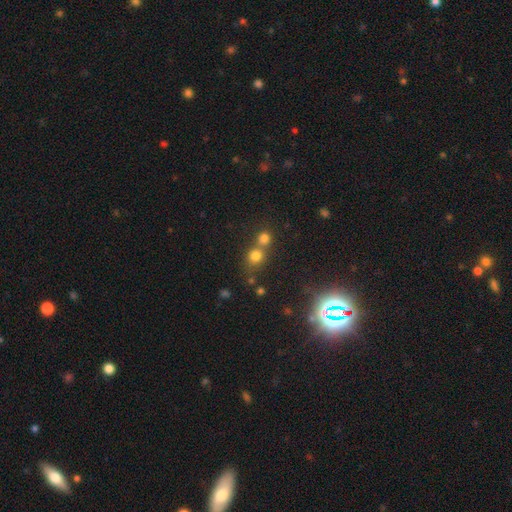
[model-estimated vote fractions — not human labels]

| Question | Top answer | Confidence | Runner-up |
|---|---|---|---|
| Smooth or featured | smooth | 74% | star or artifact (18%) |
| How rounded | round | 85% | in between (14%) |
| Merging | none | 47% | merger (43%) |